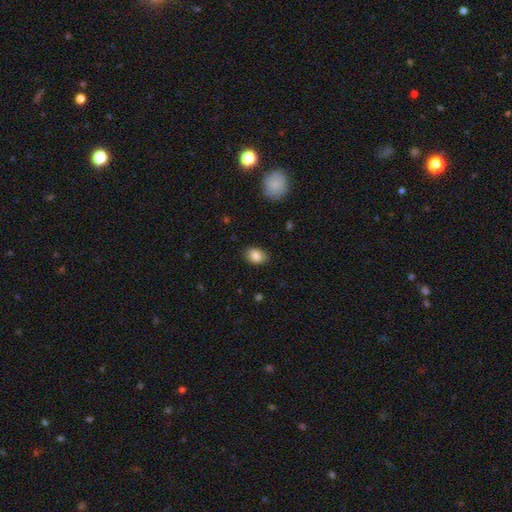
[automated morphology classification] smooth-or-featured: smooth: 84% | star or artifact: 8% | featured or disk: 8%
  how-rounded: in between: 82% | round: 17% | cigar-shaped: 1%
  merging: none: 83% | minor disturbance: 13% | major disturbance: 3% | merger: 1%